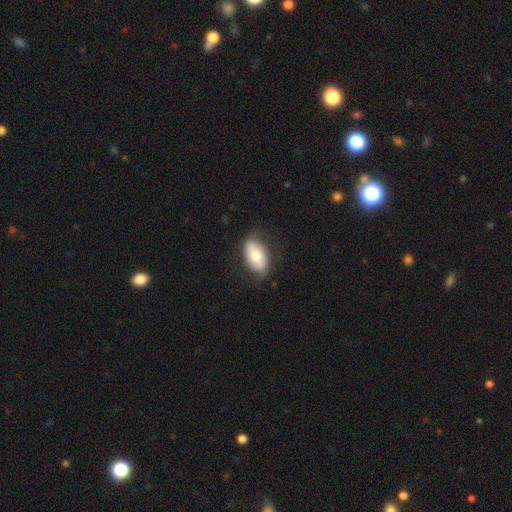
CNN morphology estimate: A smooth galaxy with no disk features (67%) that is in between round and cigar-shaped (92%).

Vote fractions:
- Smooth or featured? smooth: 67% / featured or disk: 27% / star or artifact: 6%
- How rounded? in between: 92% / round: 6% / cigar-shaped: 2%
- Merging? none: 75% / minor disturbance: 18% / major disturbance: 6% / merger: 1%